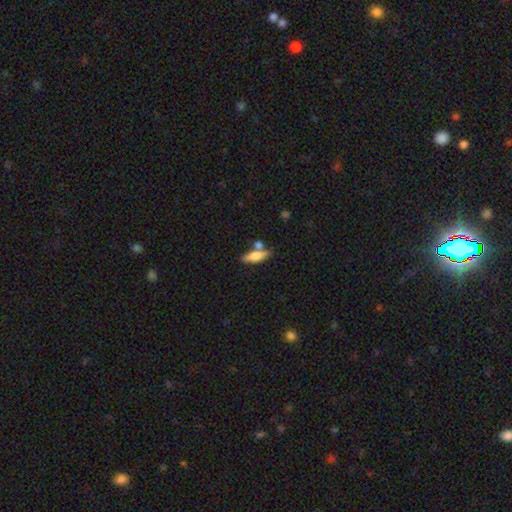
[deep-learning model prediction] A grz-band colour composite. It shows a smooth galaxy with no disk features (65%) that is cigar-shaped (57%). Merging: none (65%).